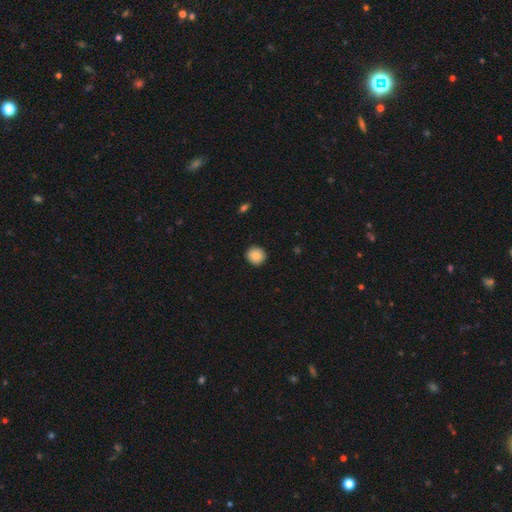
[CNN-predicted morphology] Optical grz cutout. It shows a smooth galaxy with no disk features (86%) that is round (91%). Merging: none (89%).